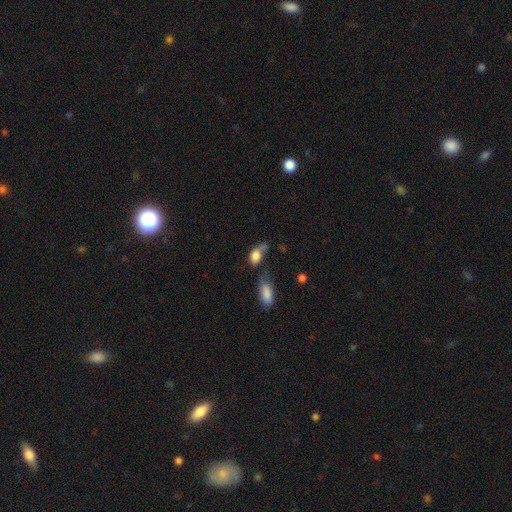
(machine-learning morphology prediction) Q: Smooth or featured?
A: smooth (77%); runner-up: featured or disk (15%)
Q: How rounded?
A: in between (80%); runner-up: round (14%)
Q: Merging?
A: major disturbance (27%); runner-up: merger (25%)